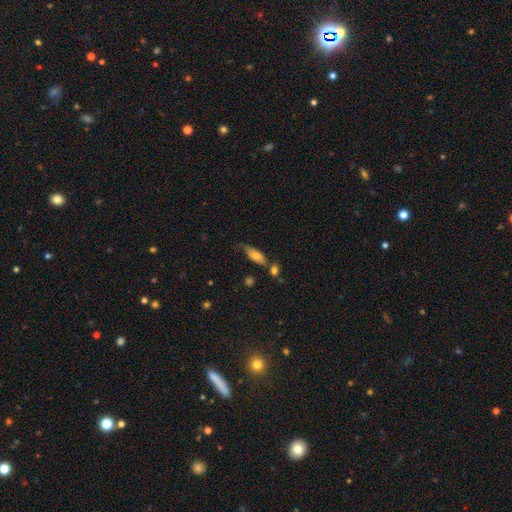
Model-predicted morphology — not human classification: A smooth galaxy with no disk features (67%) that is in between round and cigar-shaped (64%).

Vote fractions:
- Smooth or featured? smooth: 67% / featured or disk: 24% / star or artifact: 9%
- How rounded? in between: 64% / cigar-shaped: 33% / round: 3%
- Merging? none: 53% / minor disturbance: 25% / merger: 14% / major disturbance: 9%